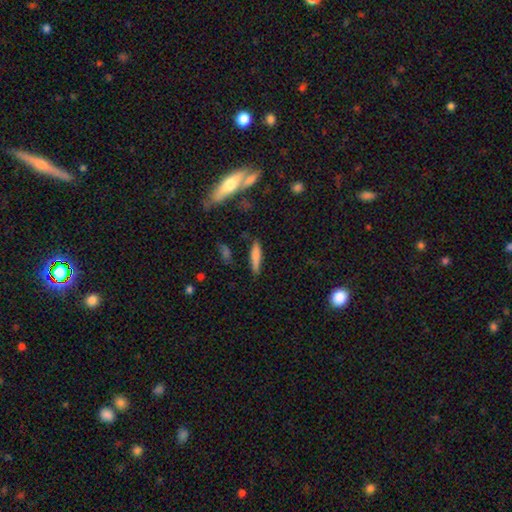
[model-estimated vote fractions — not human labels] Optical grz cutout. It shows a smooth galaxy with no disk features (75%) that is cigar-shaped (80%). Merging: none (81%).